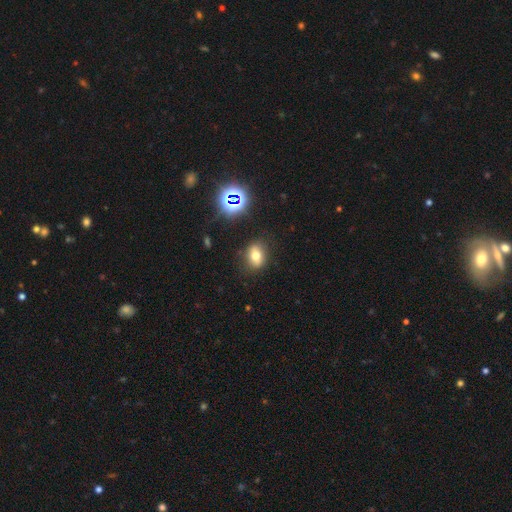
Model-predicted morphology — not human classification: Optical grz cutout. It shows a smooth galaxy with no disk features (68%) that is in between round and cigar-shaped (68%). Merging: none (83%).